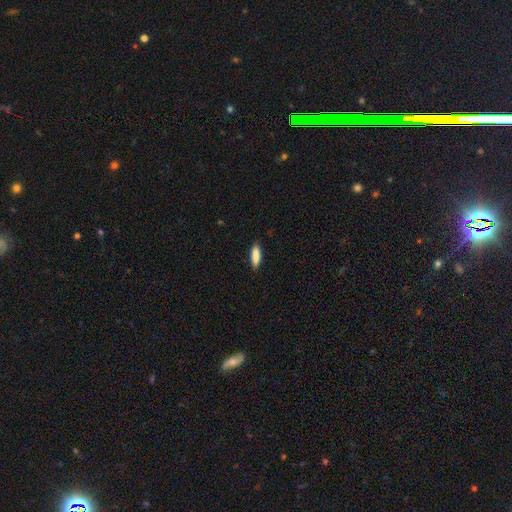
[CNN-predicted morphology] Smooth or featured?
  - smooth: 86% *
  - featured or disk: 8%
  - star or artifact: 6%
How rounded?
  - cigar-shaped: 60% *
  - in between: 38%
  - round: 2%
Merging?
  - none: 87% *
  - minor disturbance: 10%
  - major disturbance: 2%
  - merger: 1%